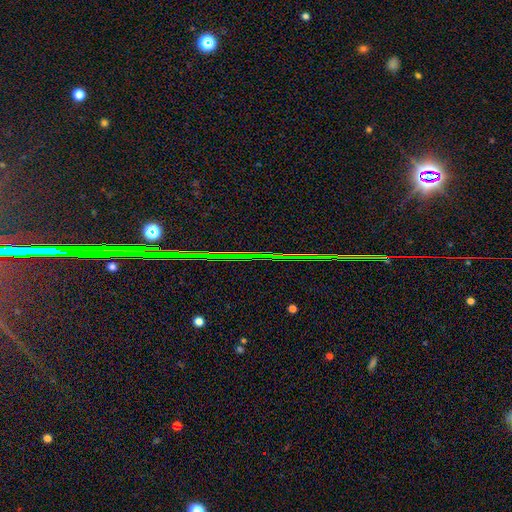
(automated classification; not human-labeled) Smooth or featured: star or artifact — 86% (featured or disk — 7%)